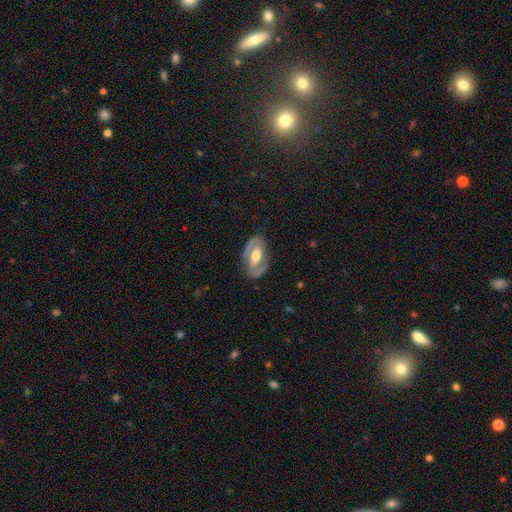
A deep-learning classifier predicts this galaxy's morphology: The model was most divided on "bar": no: 37%, weak: 34%, strong: 29%. More confident: edge-on disk — no (92%); merging — none (79%); smooth or featured — featured or disk (75%); bulge size — moderate (66%); spiral arms — yes (63%).